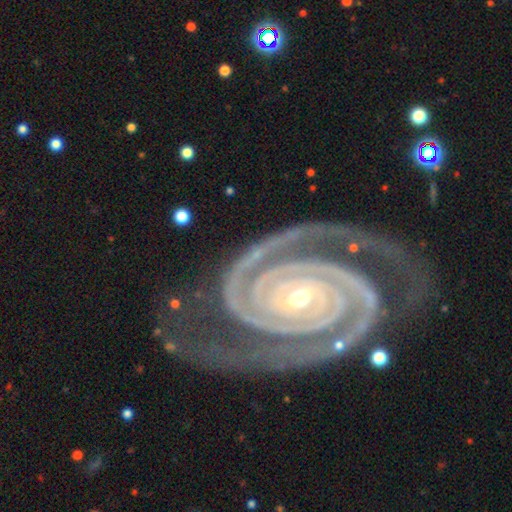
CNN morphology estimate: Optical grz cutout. It shows a featured or disk galaxy (94%) with no bar (51%), 2 (86%) tight (87%) spiral arms (99%) and a small central bulge (61%). Merging: none (74%).